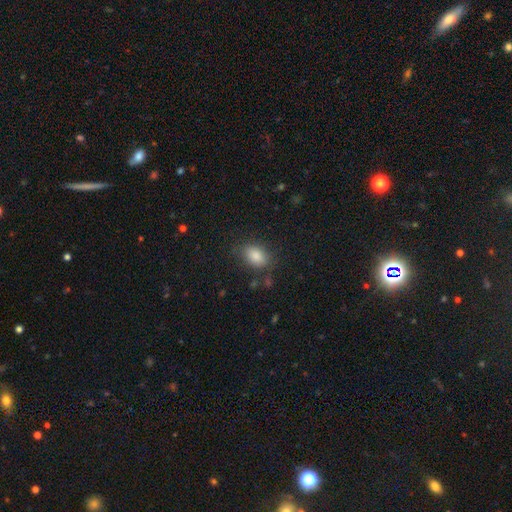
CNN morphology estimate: smooth 84%, star or artifact 9%, featured or disk 6%. Down the decision tree: how rounded — in between (85%); merging — none (81%).